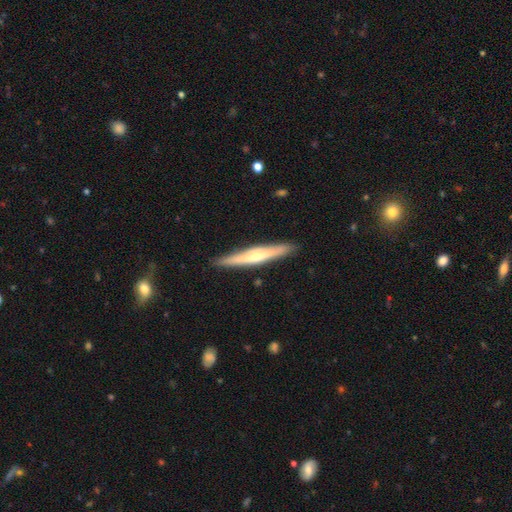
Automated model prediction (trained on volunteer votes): A featured or disk galaxy (61%) viewed edge-on (96%) with a rounded central bulge (78%). Merging: none (90%).